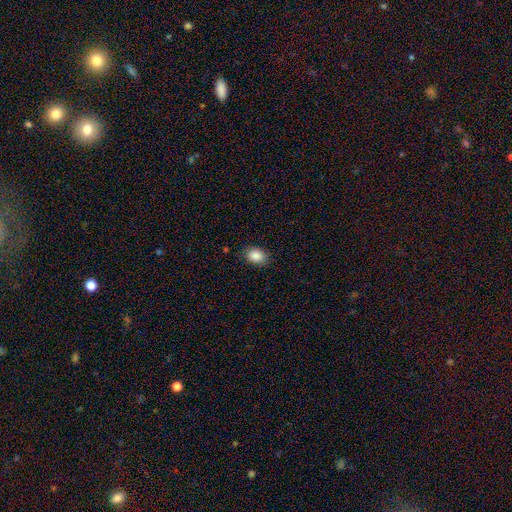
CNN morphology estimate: Smooth or featured? Predicted: smooth (p=0.87). How rounded? Predicted: in between (p=0.71). Merging? Predicted: none (p=0.84).